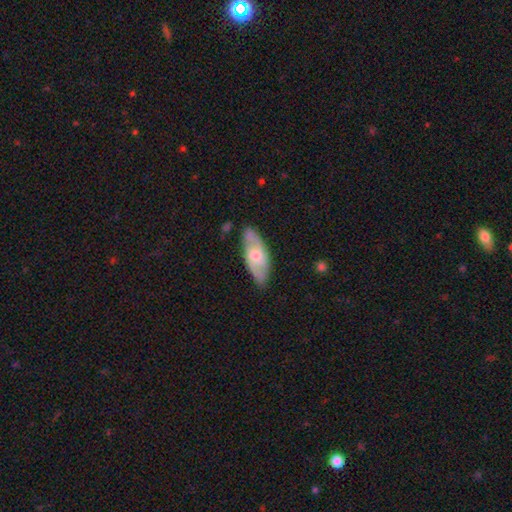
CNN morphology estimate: smooth-or-featured: featured or disk: 55% | smooth: 39% | star or artifact: 5%
  disk-edge-on: no: 82% | yes: 18%
  merging: none: 81% | minor disturbance: 14% | major disturbance: 3% | merger: 2%